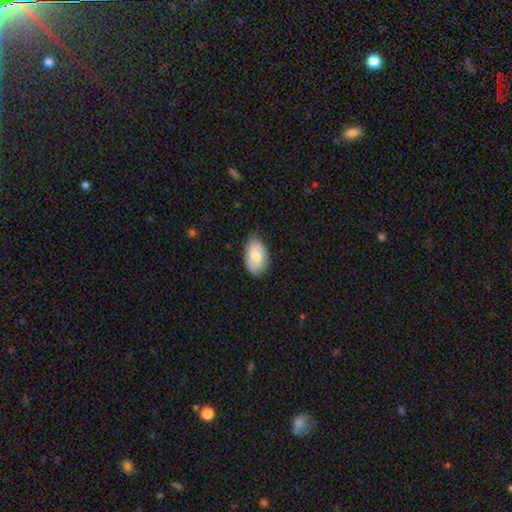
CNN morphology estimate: Overall: smooth (80%). How rounded: in between (92%). Merging: none (73%).